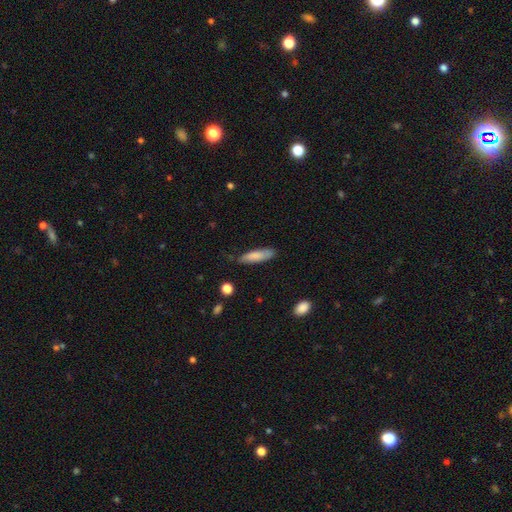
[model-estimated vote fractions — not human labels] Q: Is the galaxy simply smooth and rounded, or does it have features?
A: smooth — 82%.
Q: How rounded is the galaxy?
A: cigar-shaped — 65%.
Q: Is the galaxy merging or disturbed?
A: none — 77%.